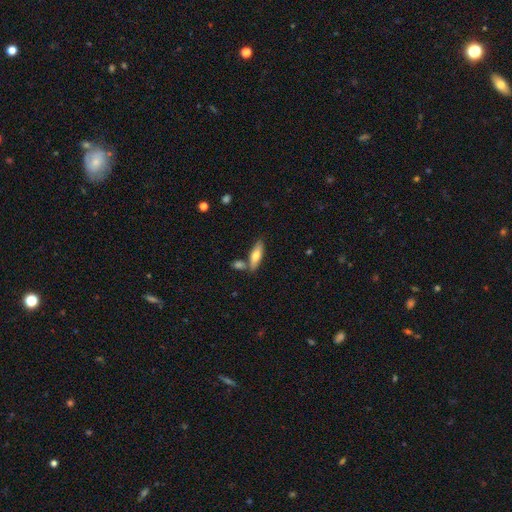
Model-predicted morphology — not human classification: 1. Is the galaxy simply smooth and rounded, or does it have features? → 70% smooth, 24% featured or disk, 6% star or artifact.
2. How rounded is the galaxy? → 52% in between, 46% cigar-shaped, 2% round.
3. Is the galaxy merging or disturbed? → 68% none, 17% merger, 12% minor disturbance, 3% major disturbance.